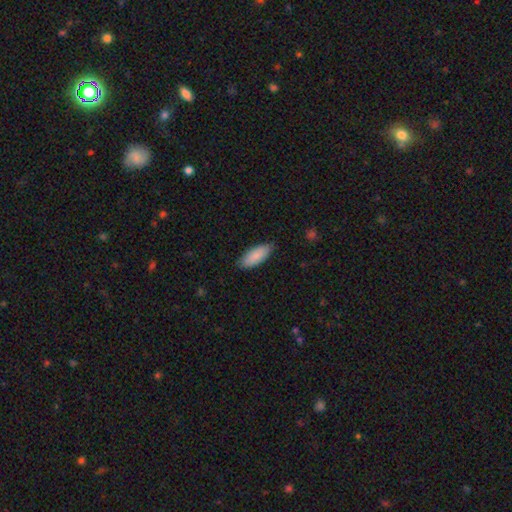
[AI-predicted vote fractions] This appears to be a smooth galaxy with no disk features (87%) that is in between round and cigar-shaped (78%). Merging: none (84%).